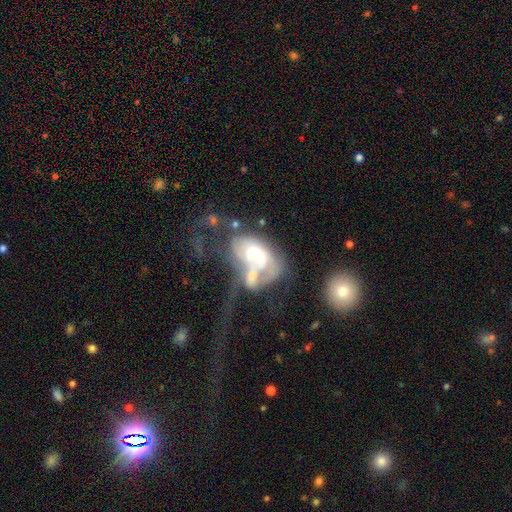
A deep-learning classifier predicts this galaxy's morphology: Smooth or featured? Predicted: featured or disk (p=0.64). Edge-on disk? Predicted: no (p=0.96). Bar? Predicted: no (p=0.72). Spiral arms? Predicted: yes (p=0.56). Bulge size? Predicted: moderate (p=0.43). Merging? Predicted: merger (p=0.46).